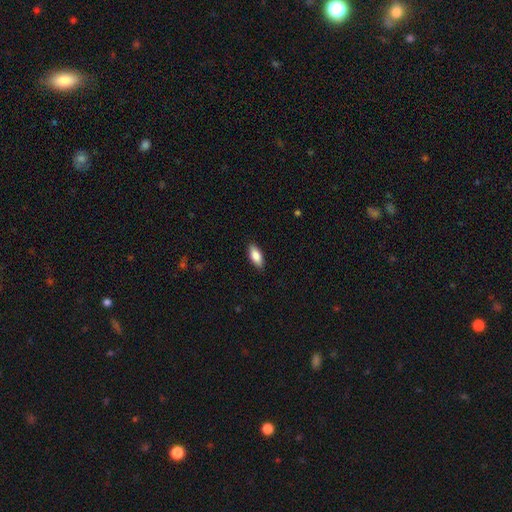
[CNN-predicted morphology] smooth 85%, featured or disk 9%, star or artifact 6%. Down the decision tree: how rounded — in between (82%); merging — none (88%).